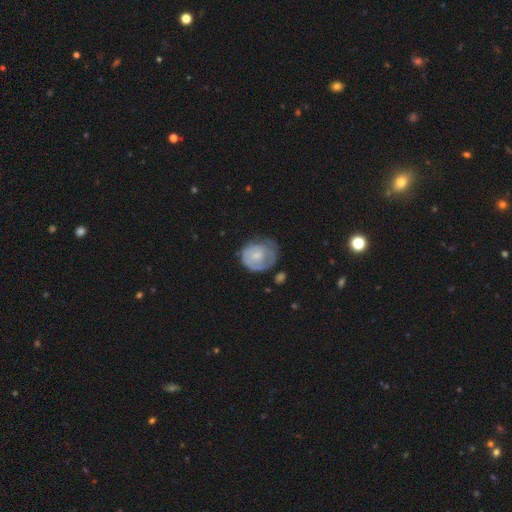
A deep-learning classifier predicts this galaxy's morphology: A smooth galaxy with no disk features (50%). Merging: none (45%).